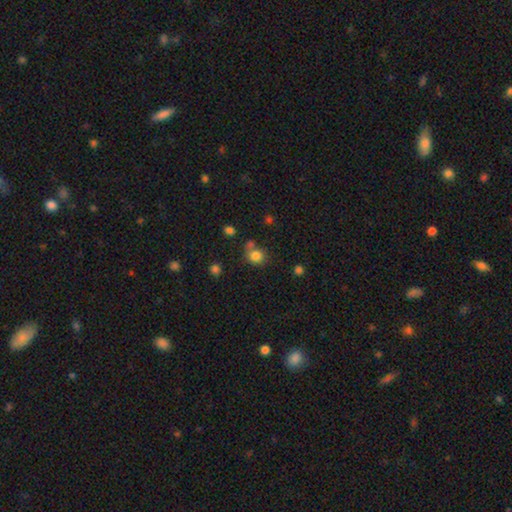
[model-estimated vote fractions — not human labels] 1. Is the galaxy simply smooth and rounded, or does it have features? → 81% smooth, 13% star or artifact, 6% featured or disk.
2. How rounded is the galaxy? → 81% round, 18% in between, 1% cigar-shaped.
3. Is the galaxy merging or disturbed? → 63% none, 21% merger, 12% minor disturbance, 4% major disturbance.